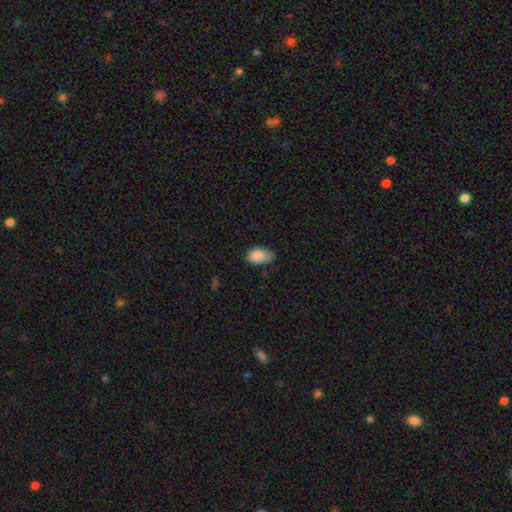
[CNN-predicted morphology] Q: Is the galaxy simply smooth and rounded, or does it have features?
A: smooth — 87%.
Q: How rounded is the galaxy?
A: in between — 92%.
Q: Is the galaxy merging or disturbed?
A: none — 58%.